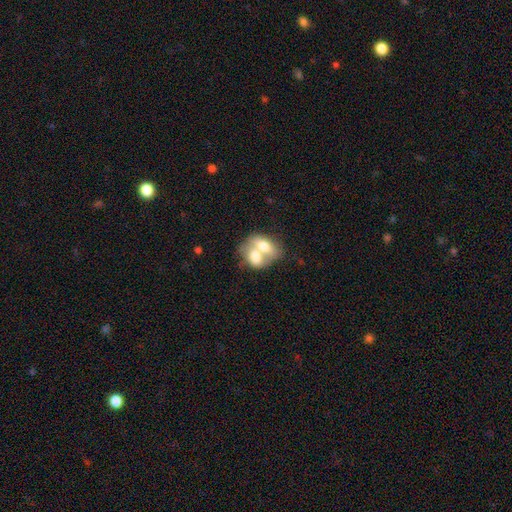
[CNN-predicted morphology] Smooth or featured: smooth — 65% (featured or disk — 29%)
How rounded: in between — 70% (round — 28%)
Merging: merger — 79% (none — 13%)